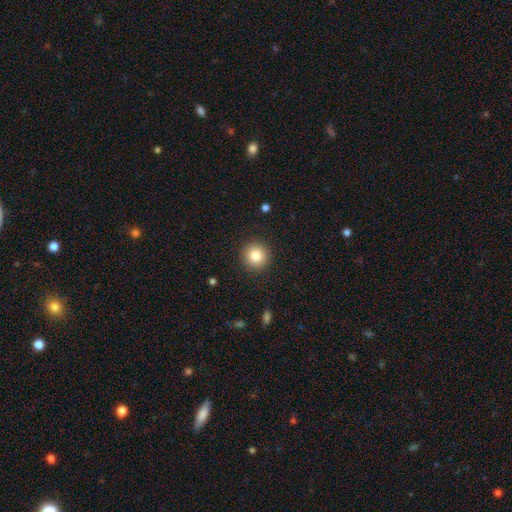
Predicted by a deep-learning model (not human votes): This is clearly a smooth galaxy (83%). How rounded: clearly round (94%). Merging: clearly none (91%).